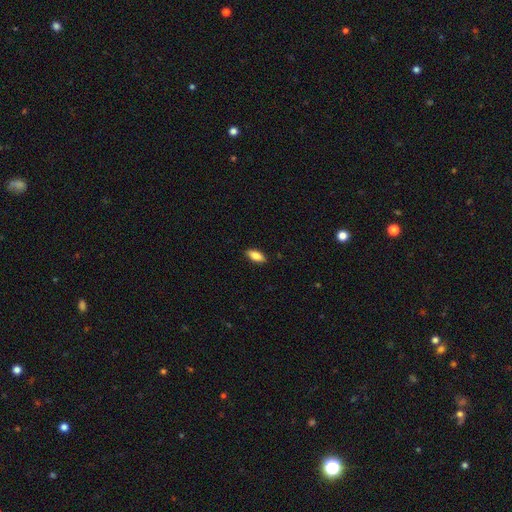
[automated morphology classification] Overall: smooth (83%). How rounded: in between (84%). Merging: none (88%).